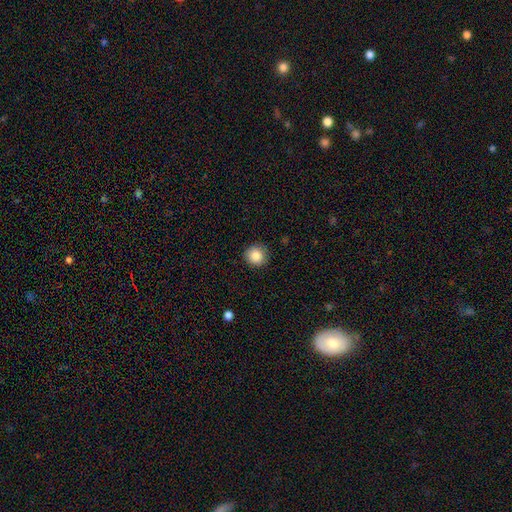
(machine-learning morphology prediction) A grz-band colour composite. It shows a smooth galaxy with no disk features (87%) that is round (93%). Merging: none (88%).